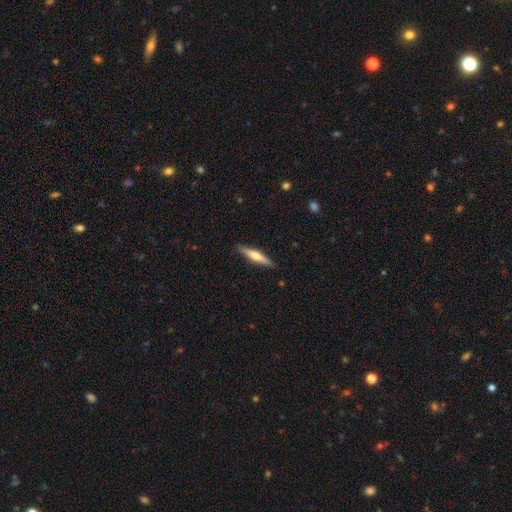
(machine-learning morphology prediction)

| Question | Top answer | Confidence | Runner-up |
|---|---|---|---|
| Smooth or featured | featured or disk | 54% | smooth (41%) |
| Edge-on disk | yes | 96% | no (4%) |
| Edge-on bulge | rounded | 89% | none (6%) |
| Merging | none | 90% | minor disturbance (7%) |